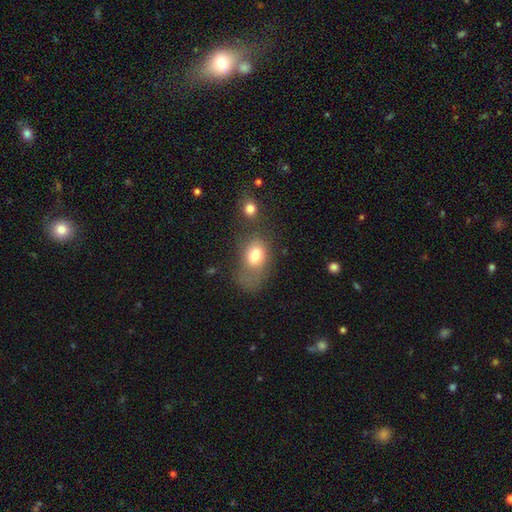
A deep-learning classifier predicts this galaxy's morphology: A smooth galaxy with no disk features (76%) that is in between round and cigar-shaped (76%).

Vote fractions:
- Smooth or featured? smooth: 76% / featured or disk: 15% / star or artifact: 9%
- How rounded? in between: 76% / round: 23% / cigar-shaped: 1%
- Merging? none: 33% / minor disturbance: 25% / major disturbance: 25% / merger: 17%